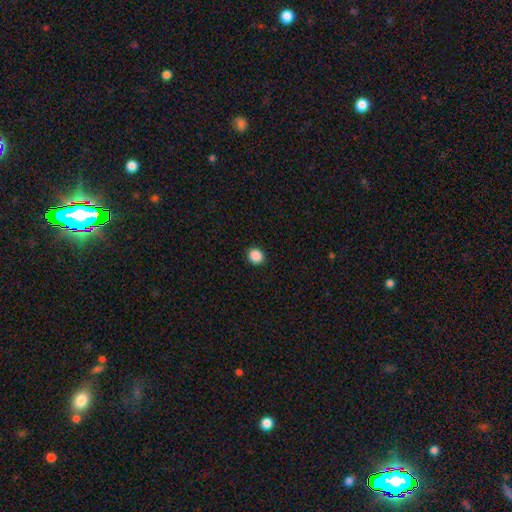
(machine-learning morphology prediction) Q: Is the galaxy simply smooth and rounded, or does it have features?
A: smooth — 88%.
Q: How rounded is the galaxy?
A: round — 83%.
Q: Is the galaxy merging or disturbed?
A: none — 92%.